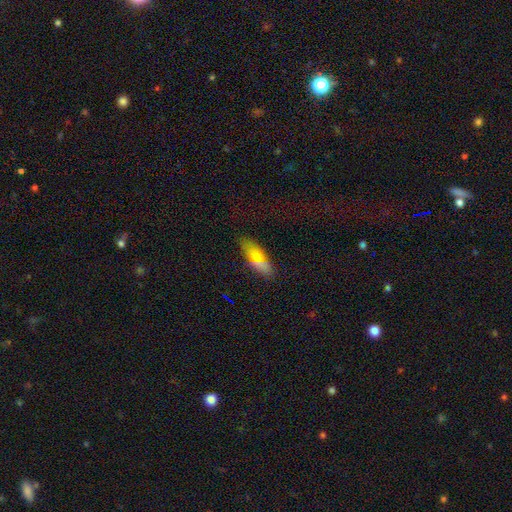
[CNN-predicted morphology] smooth-or-featured: smooth: 68% | featured or disk: 18% | star or artifact: 14%
  how-rounded: in between: 52% | cigar-shaped: 44% | round: 4%
  merging: none: 73% | minor disturbance: 15% | merger: 7% | major disturbance: 5%